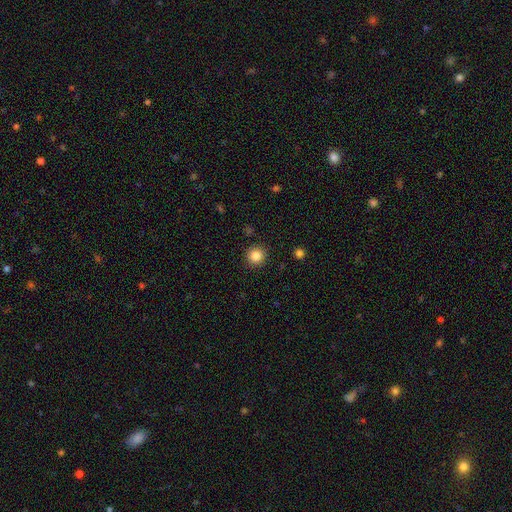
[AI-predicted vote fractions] Smooth or featured? Predicted: smooth (p=0.84). How rounded? Predicted: round (p=0.93). Merging? Predicted: none (p=0.91).